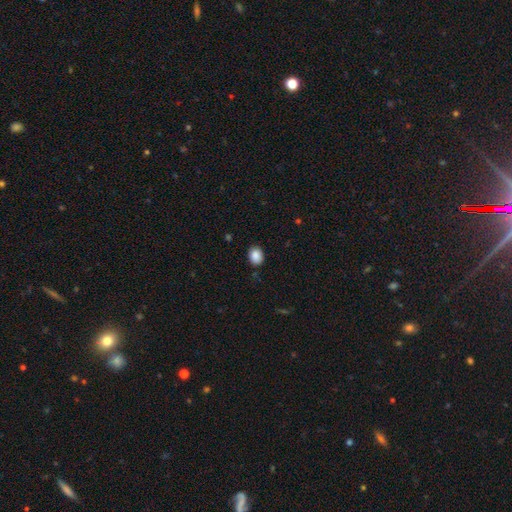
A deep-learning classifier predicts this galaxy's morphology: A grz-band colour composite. It shows a smooth galaxy with no disk features (88%) that is in between round and cigar-shaped (56%). Merging: none (87%).